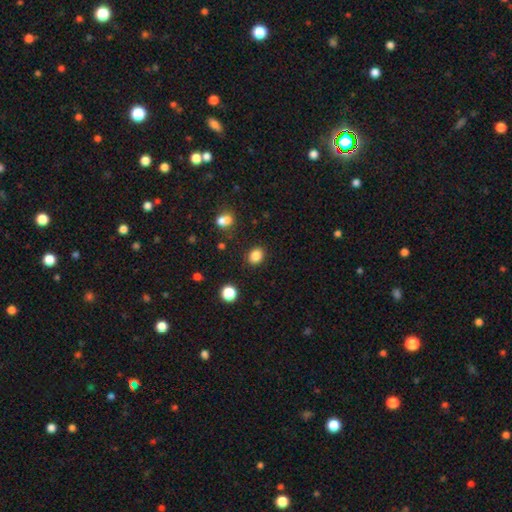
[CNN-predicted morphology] smooth 85%, star or artifact 11%, featured or disk 4%. Down the decision tree: how rounded — in between (52%); merging — none (87%).